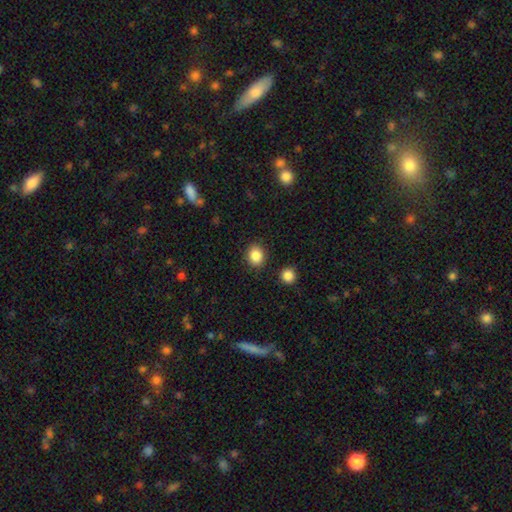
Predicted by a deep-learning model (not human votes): smooth 87%, star or artifact 9%, featured or disk 4%. Down the decision tree: how rounded — round (62%); merging — none (88%).